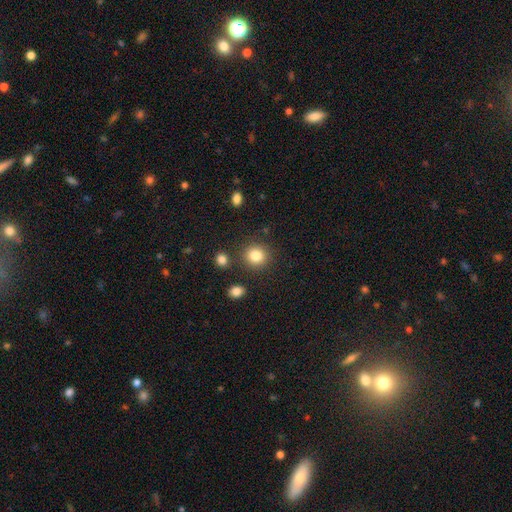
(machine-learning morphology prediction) Smooth or featured: smooth — 84% (star or artifact — 10%)
How rounded: round — 87% (in between — 12%)
Merging: none — 85% (minor disturbance — 8%)